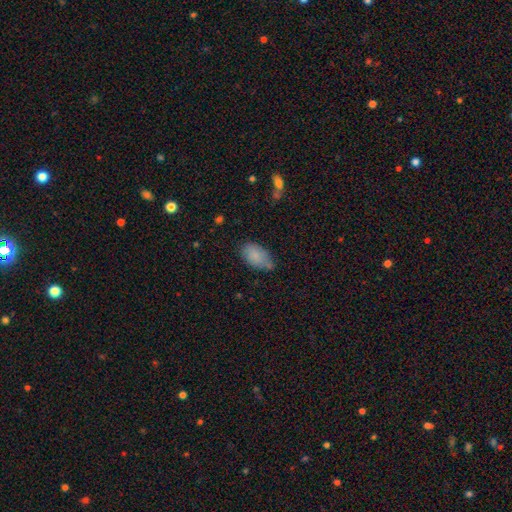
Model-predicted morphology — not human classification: This is clearly a smooth galaxy (84%). How rounded: clearly in between (93%). Merging: possibly none (58%).